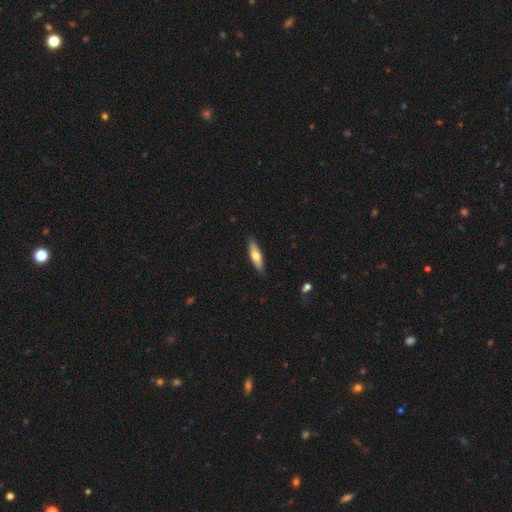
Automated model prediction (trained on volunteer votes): The model was most divided on "how rounded": cigar-shaped: 62%, in between: 36%, round: 2%. More confident: merging — none (88%); smooth or featured — smooth (62%).